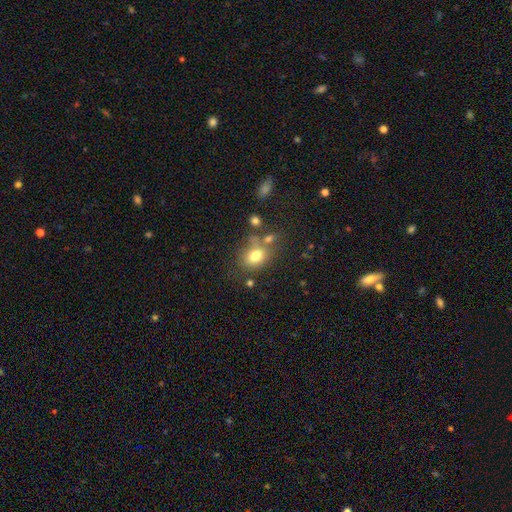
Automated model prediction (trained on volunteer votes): Smooth or featured? smooth (76%)
How rounded? in between (58%)
Merging? none (55%)